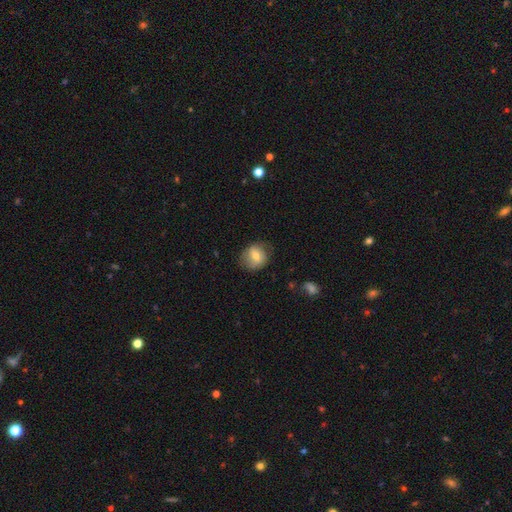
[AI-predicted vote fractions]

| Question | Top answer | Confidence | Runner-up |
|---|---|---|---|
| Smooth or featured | smooth | 64% | featured or disk (28%) |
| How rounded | round | 67% | in between (31%) |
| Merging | none | 73% | minor disturbance (19%) |